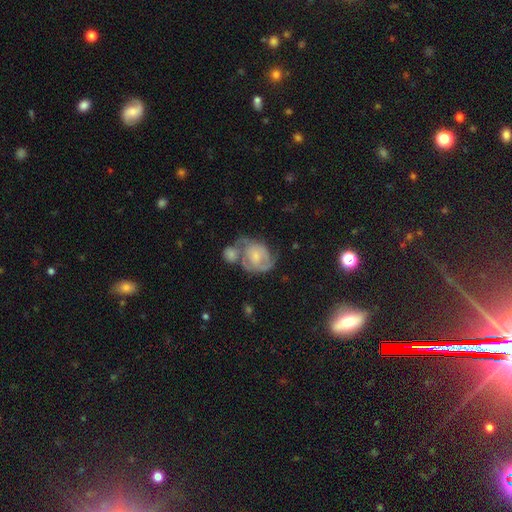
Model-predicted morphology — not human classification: Smooth or featured? featured or disk (62%)
Edge-on disk? no (97%)
Bar? no (67%)
Spiral arms? yes (74%)
Bulge size? small (49%)
Merging? merger (36%)